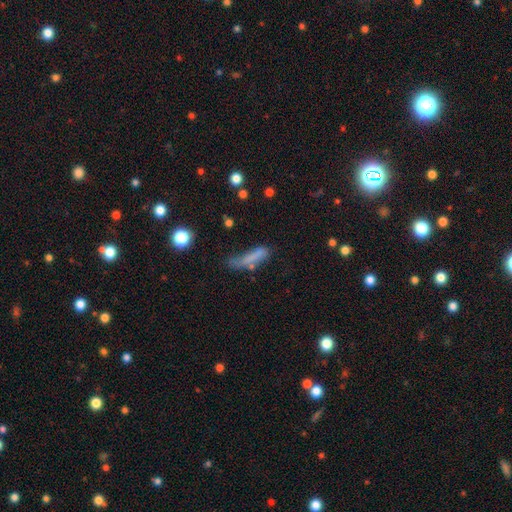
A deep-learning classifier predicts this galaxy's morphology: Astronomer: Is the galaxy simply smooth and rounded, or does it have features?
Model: smooth — 70%.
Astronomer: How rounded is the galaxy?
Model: cigar-shaped — 71%.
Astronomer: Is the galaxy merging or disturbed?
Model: none — 39% (runner-up: minor disturbance, 28%).